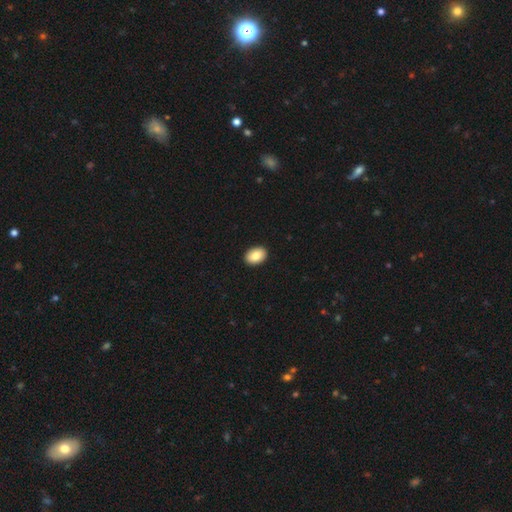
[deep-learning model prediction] Q: Smooth or featured?
A: smooth (85%); runner-up: featured or disk (8%)
Q: How rounded?
A: in between (84%); runner-up: round (15%)
Q: Merging?
A: none (92%); runner-up: minor disturbance (6%)